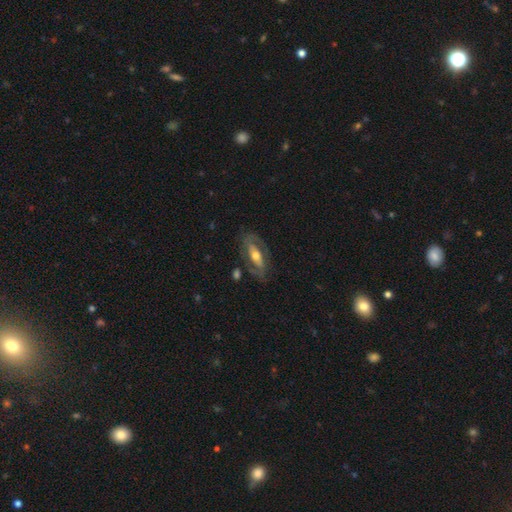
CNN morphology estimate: Q: Smooth or featured?
A: featured or disk (70%); runner-up: smooth (24%)
Q: Edge-on disk?
A: no (84%); runner-up: yes (16%)
Q: Bar?
A: no (39%); runner-up: strong (35%)
Q: Spiral arms?
A: yes (63%); runner-up: no (37%)
Q: Bulge size?
A: moderate (68%); runner-up: small (19%)
Q: Merging?
A: none (72%); runner-up: minor disturbance (16%)